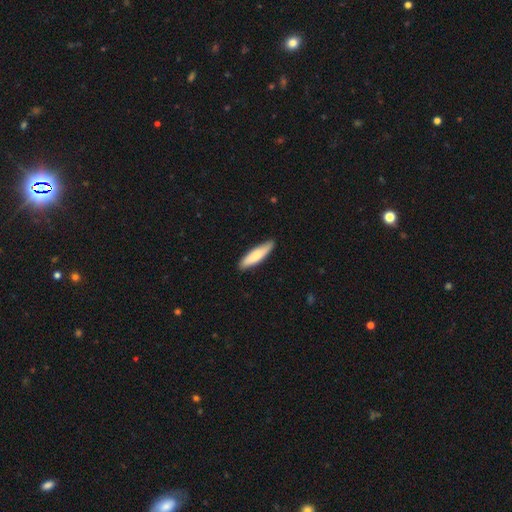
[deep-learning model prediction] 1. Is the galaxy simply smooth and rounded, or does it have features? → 79% smooth, 16% featured or disk, 5% star or artifact.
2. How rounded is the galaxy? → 74% cigar-shaped, 24% in between, 1% round.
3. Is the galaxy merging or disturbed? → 86% none, 11% minor disturbance, 2% major disturbance, 1% merger.